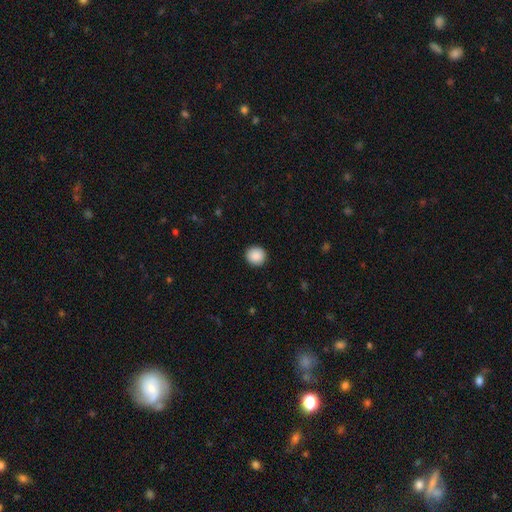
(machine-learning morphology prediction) This is clearly a smooth galaxy (89%). How rounded: clearly round (91%). Merging: clearly none (92%).